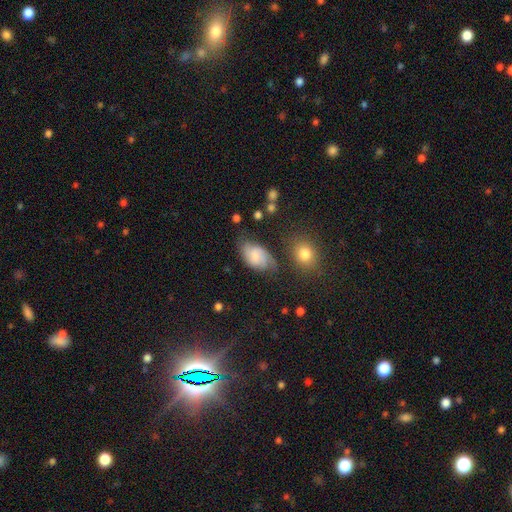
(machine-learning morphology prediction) smooth_or_featured: featured or disk (p=0.54) [alt: smooth p=0.36]
disk_edge_on: no (p=0.96) [alt: yes p=0.04]
bar: no (p=0.55) [alt: weak p=0.39]
has_spiral_arms: yes (p=0.90) [alt: no p=0.10]
bulge_size: small (p=0.51) [alt: moderate p=0.28]
merging: none (p=0.61) [alt: minor disturbance p=0.25]